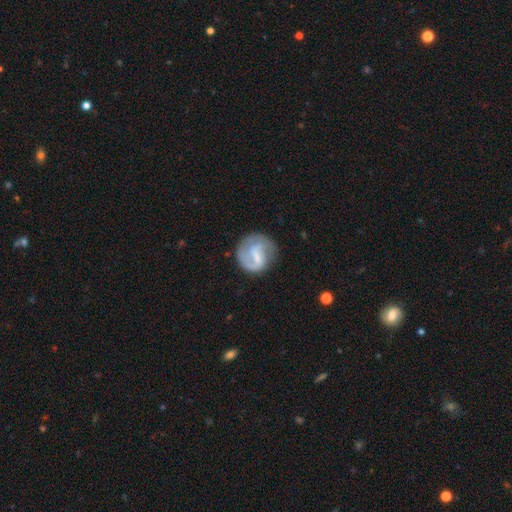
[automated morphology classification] type=featured or disk (69%); edge-on=no (98%); bar=weak (52%); spiral arms=yes (87%); winding=medium (41%); arm count=2 (61%); bulge=small (43%); merging=none (64%).